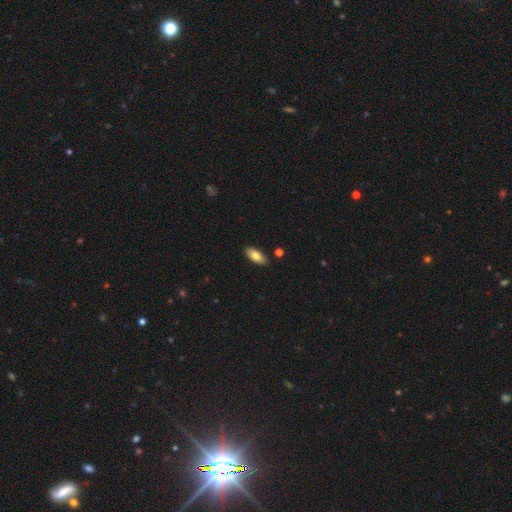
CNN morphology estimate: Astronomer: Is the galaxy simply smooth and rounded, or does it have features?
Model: smooth — 75%.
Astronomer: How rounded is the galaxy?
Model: in between — 84%.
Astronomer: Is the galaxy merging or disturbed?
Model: none — 88%.